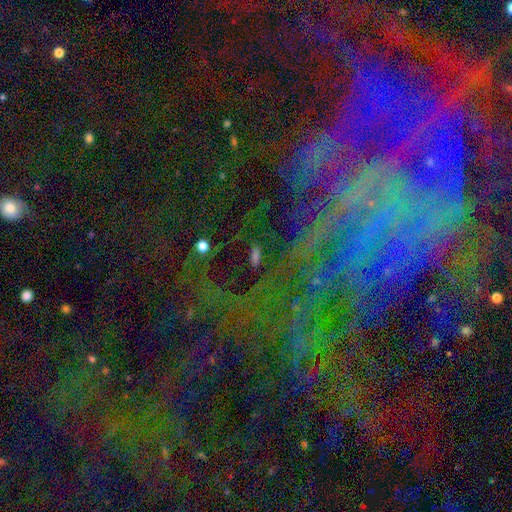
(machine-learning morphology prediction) type=star or artifact (60%).